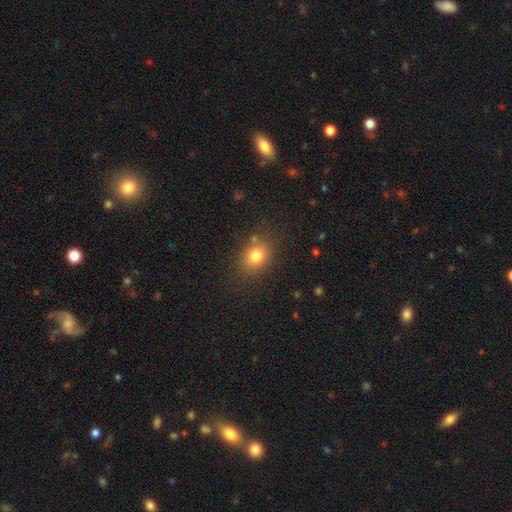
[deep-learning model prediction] Smooth or featured? Predicted: smooth (p=0.78). How rounded? Predicted: round (p=0.51). Merging? Predicted: none (p=0.80).